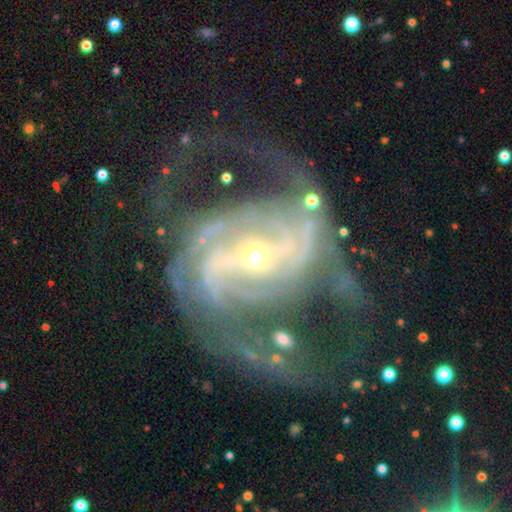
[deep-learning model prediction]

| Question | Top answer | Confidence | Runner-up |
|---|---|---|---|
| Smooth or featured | featured or disk | 91% | star or artifact (6%) |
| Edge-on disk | no | 97% | yes (3%) |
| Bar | strong | 53% | weak (30%) |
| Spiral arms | yes | 97% | no (3%) |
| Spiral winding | medium | 54% | tight (23%) |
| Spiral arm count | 2 | 76% | 3 (8%) |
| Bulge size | small | 75% | moderate (21%) |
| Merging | none | 56% | major disturbance (25%) |